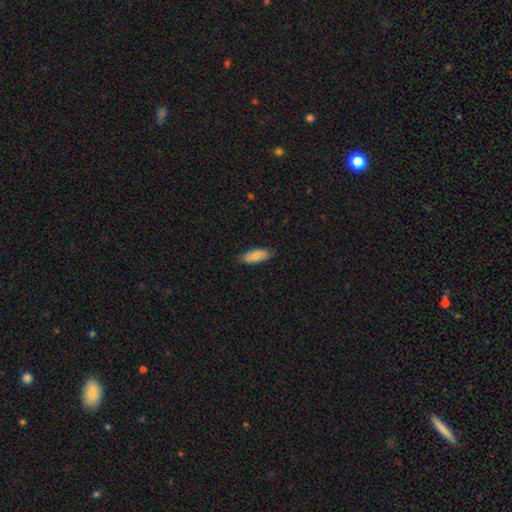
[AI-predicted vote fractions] The model was most divided on "how rounded": in between: 80%, cigar-shaped: 18%, round: 2%. More confident: smooth or featured — smooth (83%); merging — none (81%).